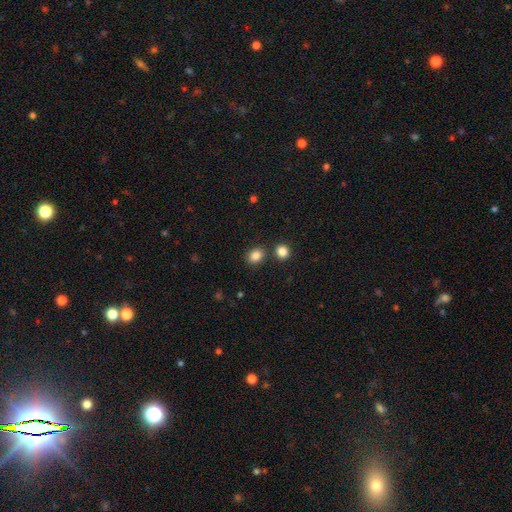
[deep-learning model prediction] Smooth or featured?
  - smooth: 85% *
  - star or artifact: 11%
  - featured or disk: 5%
How rounded?
  - round: 52% *
  - in between: 47%
  - cigar-shaped: 1%
Merging?
  - none: 79% *
  - merger: 10%
  - minor disturbance: 9%
  - major disturbance: 3%